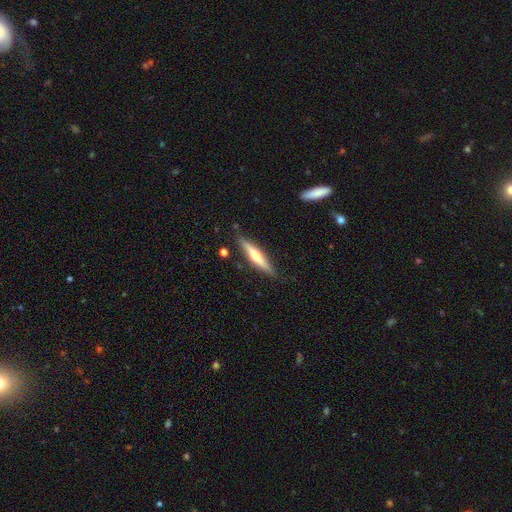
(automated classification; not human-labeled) Q: Smooth or featured?
A: featured or disk (49%); runner-up: smooth (45%)
Q: Merging?
A: none (85%); runner-up: minor disturbance (11%)